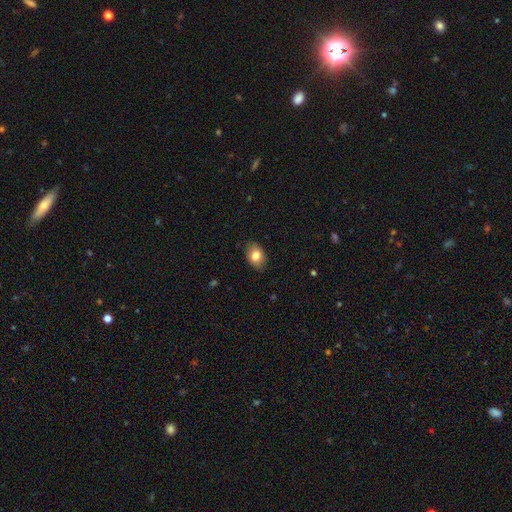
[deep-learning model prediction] Q: Smooth or featured?
A: smooth (82%); runner-up: featured or disk (10%)
Q: How rounded?
A: in between (80%); runner-up: round (19%)
Q: Merging?
A: none (87%); runner-up: minor disturbance (10%)